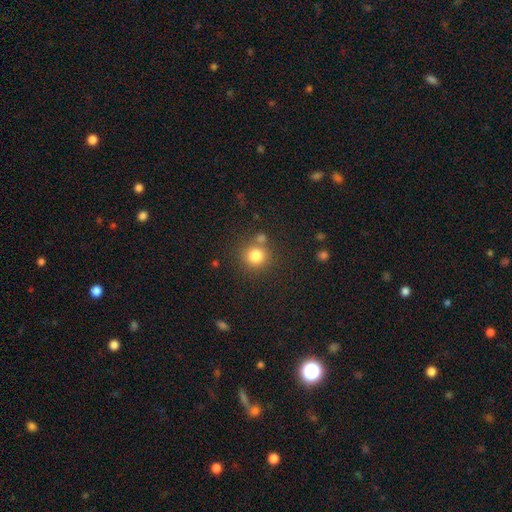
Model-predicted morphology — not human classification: smooth_or_featured: smooth (p=0.80) [alt: star or artifact p=0.12]
how_rounded: round (p=0.91) [alt: in between p=0.08]
merging: none (p=0.73) [alt: merger p=0.14]